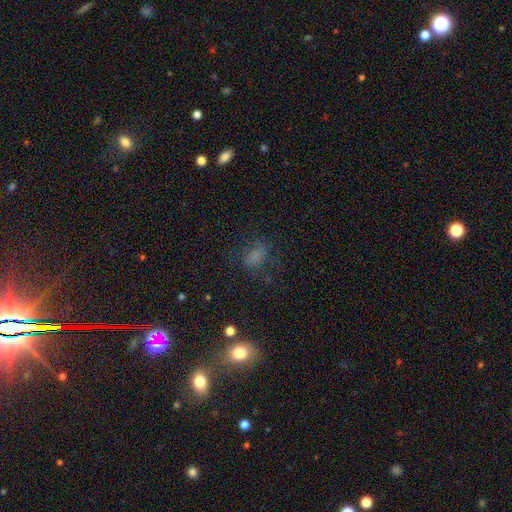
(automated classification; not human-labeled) The model was most divided on "merging": none: 64%, minor disturbance: 19%, major disturbance: 14%, merger: 3%. More confident: how rounded — in between (74%); smooth or featured — smooth (69%).